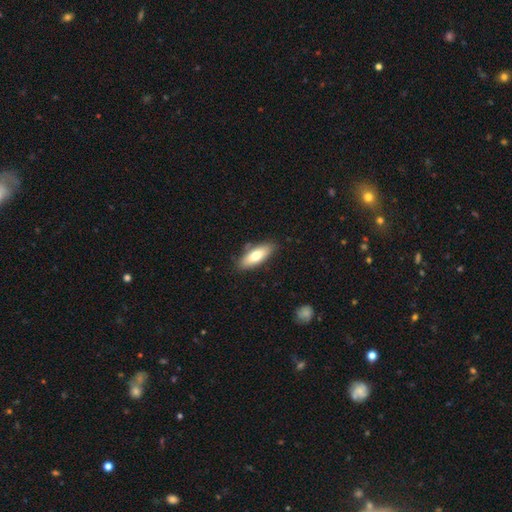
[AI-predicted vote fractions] Smooth or featured?
  - smooth: 72% *
  - featured or disk: 22%
  - star or artifact: 6%
How rounded?
  - in between: 72% *
  - cigar-shaped: 26%
  - round: 2%
Merging?
  - none: 82% *
  - minor disturbance: 12%
  - merger: 3%
  - major disturbance: 3%